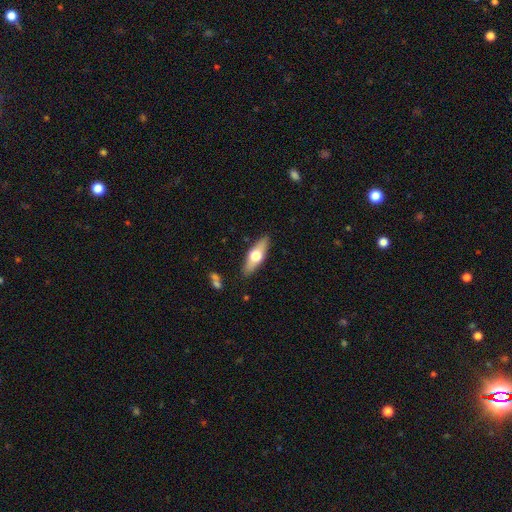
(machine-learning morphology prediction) A smooth galaxy with no disk features (47%, tied with featured or disk).

Vote fractions:
- Smooth or featured? smooth: 47% (tied) / featured or disk: 47% (tied) / star or artifact: 6%
- Merging? none: 87% / minor disturbance: 9% / major disturbance: 2% / merger: 2%